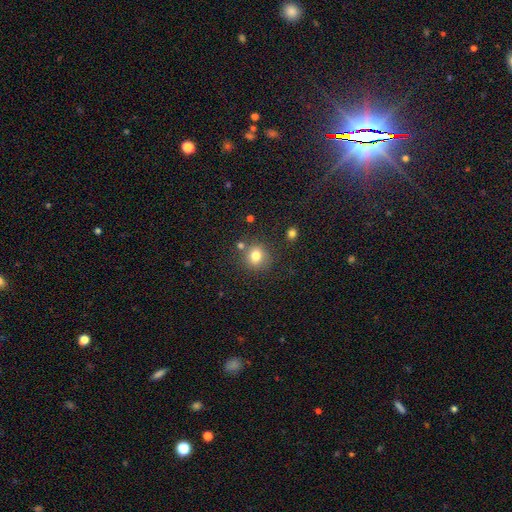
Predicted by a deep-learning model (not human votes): smooth_or_featured: smooth (p=0.79) [alt: star or artifact p=0.13]
how_rounded: round (p=0.84) [alt: in between p=0.15]
merging: none (p=0.76) [alt: minor disturbance p=0.11]